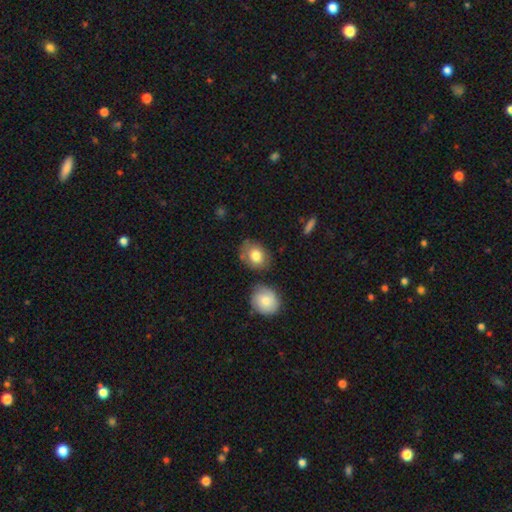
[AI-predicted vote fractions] Morphology: type=smooth (80%); roundness=in between (56%); merging=none (67%).